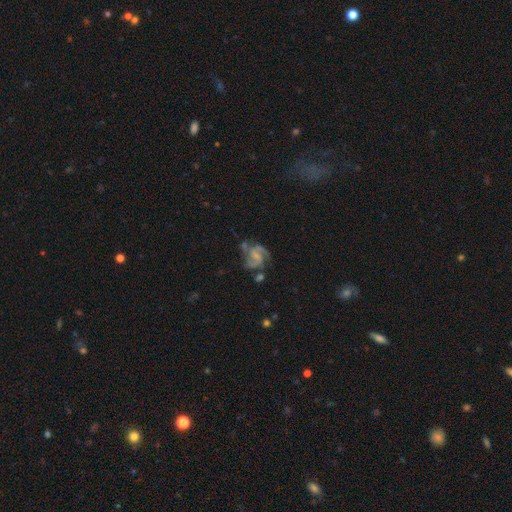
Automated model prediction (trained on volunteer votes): Smooth or featured?
  - featured or disk: 86% *
  - smooth: 7%
  - star or artifact: 6%
Edge-on disk?
  - no: 98% *
  - yes: 2%
Bar?
  - weak: 46% *
  - no: 38%
  - strong: 16%
Spiral arms?
  - yes: 96% *
  - no: 4%
Spiral winding?
  - medium: 57% *
  - tight: 24%
  - loose: 20%
Spiral arm count?
  - 2: 71% *
  - 3: 17%
  - can't tell: 5%
  - 1: 3%
  - 4: 2%
  - more than 4: 2%
Bulge size?
  - small: 46% *
  - none: 34%
  - moderate: 18%
  - large: 2%
  - dominant: 1%
Merging?
  - none: 53% *
  - minor disturbance: 21%
  - major disturbance: 16%
  - merger: 10%